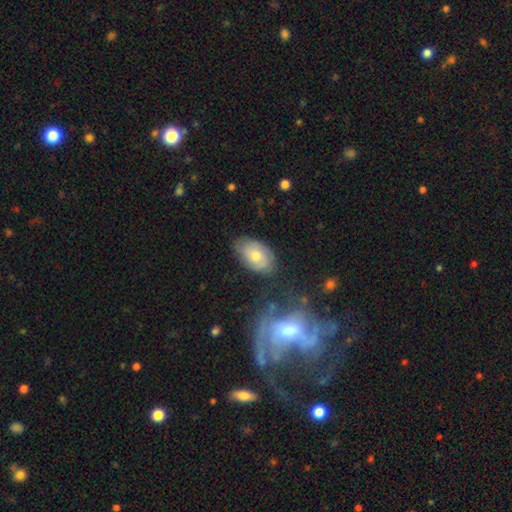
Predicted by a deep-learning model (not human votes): A smooth galaxy with no disk features (52%) that is in between round and cigar-shaped (91%). Merging: none (71%).